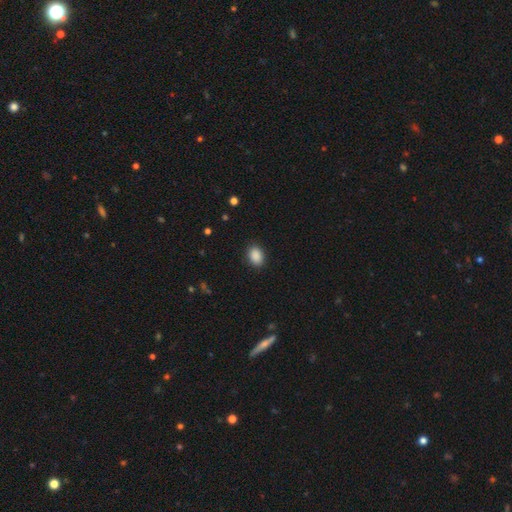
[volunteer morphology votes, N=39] Volunteers were most divided on "how rounded": in between: 89%, round: 11%, cigar-shaped: 0%. More confident: smooth or featured — smooth (90%); merging — none (89%).